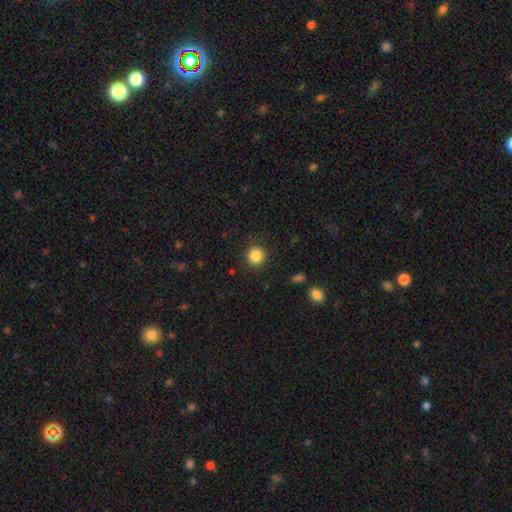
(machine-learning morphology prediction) Smooth or featured? smooth (86%)
How rounded? round (92%)
Merging? none (90%)